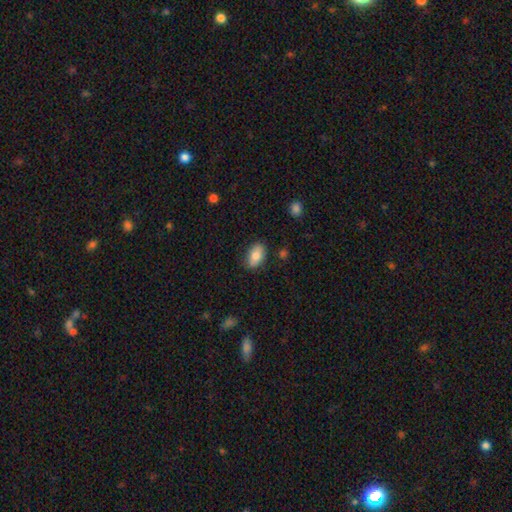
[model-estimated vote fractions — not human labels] This appears to be a smooth galaxy with no disk features (79%) that is in between round and cigar-shaped (91%). Merging: none (82%).